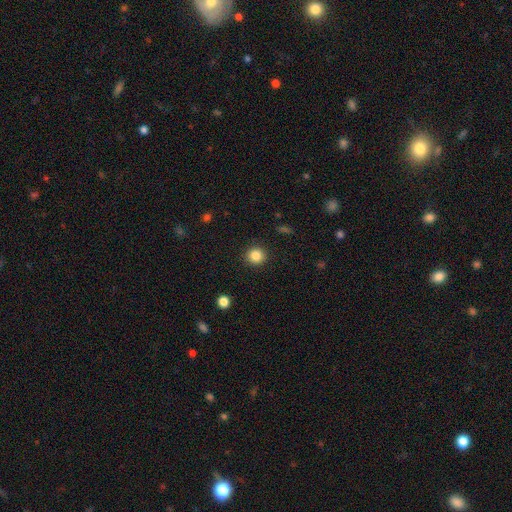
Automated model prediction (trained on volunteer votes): This appears to be a smooth galaxy with no disk features (85%) that is round (92%). Merging: none (91%).